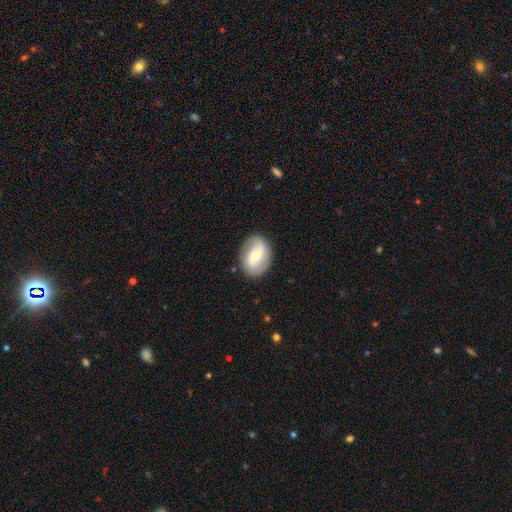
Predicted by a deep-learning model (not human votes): A featured or disk galaxy (62%) with a weak bar (41%), spiral arms (79%) and a moderate central bulge (61%). Merging: none (84%).